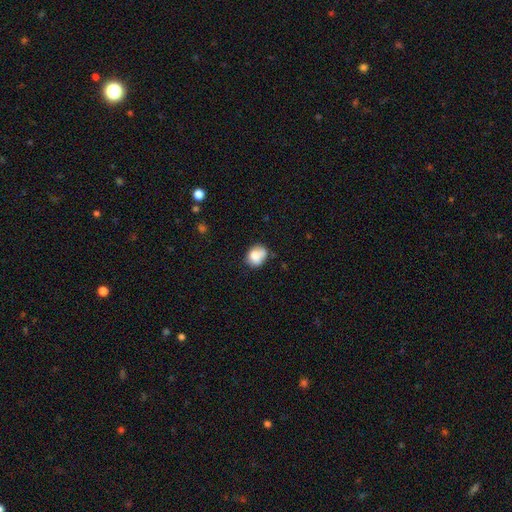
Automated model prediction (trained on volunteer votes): A smooth galaxy with no disk features (74%) that is round (56%). Merging: none (51%).